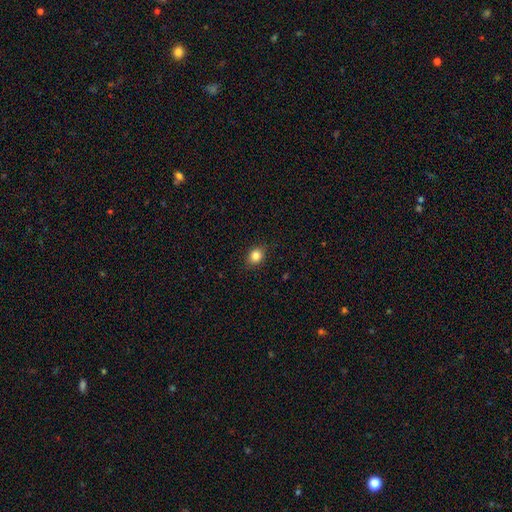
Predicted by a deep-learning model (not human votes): A smooth galaxy with no disk features (84%) that is round (55%). Merging: none (87%).